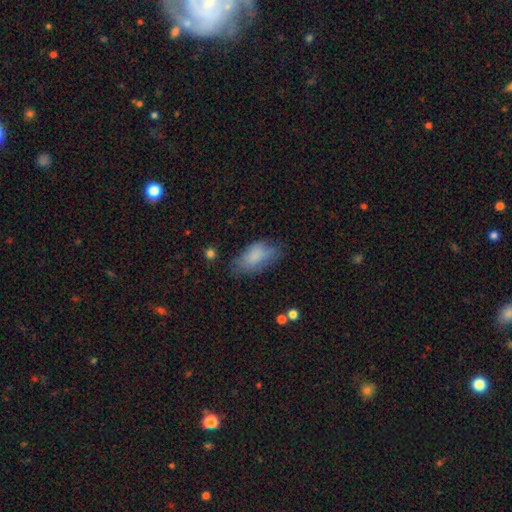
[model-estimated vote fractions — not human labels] Overall: smooth (81%). How rounded: in between (93%). Merging: none (58%; minor disturbance 30%).